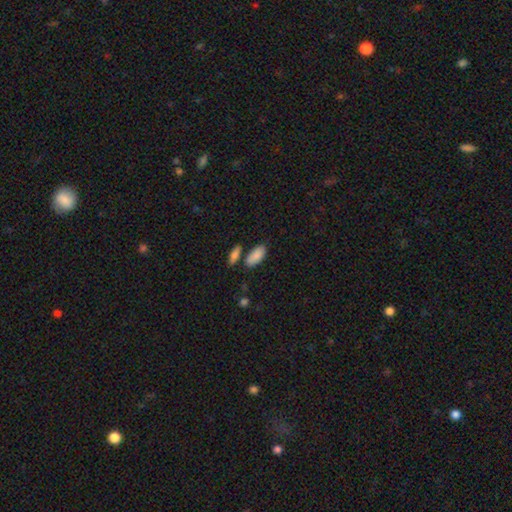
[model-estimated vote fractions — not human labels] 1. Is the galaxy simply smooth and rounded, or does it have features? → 87% smooth, 7% star or artifact, 6% featured or disk.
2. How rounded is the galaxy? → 88% in between, 9% cigar-shaped, 2% round.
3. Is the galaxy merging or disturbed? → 68% none, 15% merger, 14% minor disturbance, 4% major disturbance.